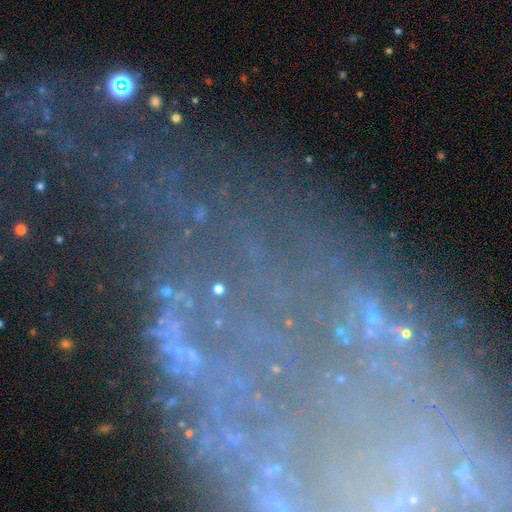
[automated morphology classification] A star or artifact, not a galaxy (42%, tied with featured or disk).

Vote fractions:
- Smooth or featured? star or artifact: 42% (tied) / featured or disk: 42% (tied) / smooth: 16%